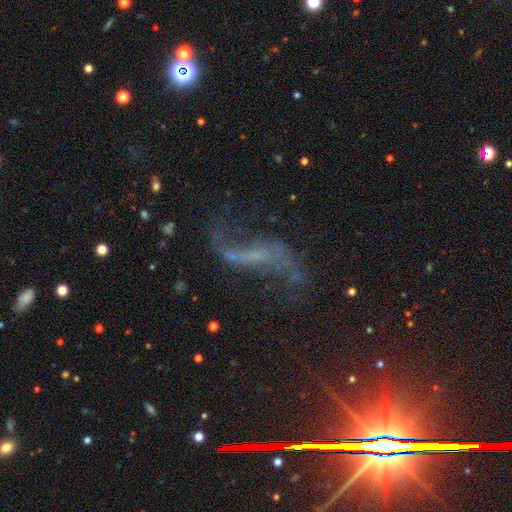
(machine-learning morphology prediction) featured or disk 70%, star or artifact 20%, smooth 10%. Down the decision tree: edge-on disk — no (90%); bar — no (37%); spiral arms — yes (82%); spiral arm count — 2 (87%); spiral winding — loose (90%); bulge size — none (55%); merging — none (55%).